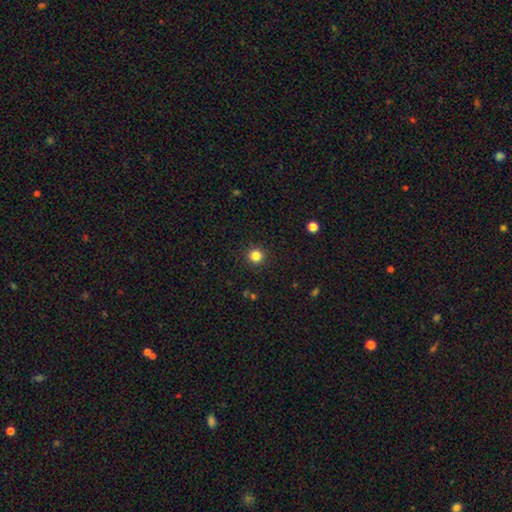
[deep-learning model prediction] Overall: smooth (83%). How rounded: round (95%). Merging: none (92%).